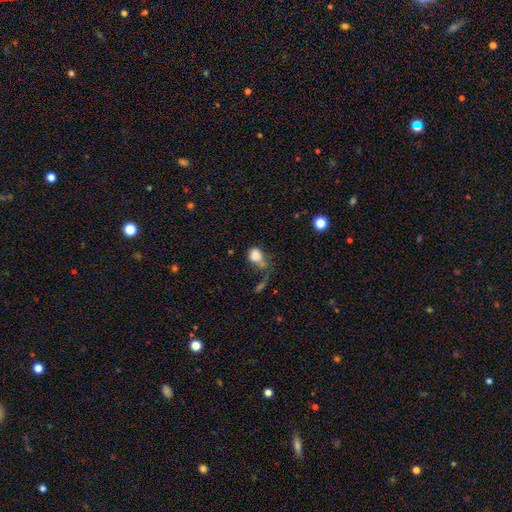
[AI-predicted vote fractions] smooth-or-featured: smooth: 78% | featured or disk: 12% | star or artifact: 10%
  how-rounded: in between: 59% | round: 39% | cigar-shaped: 2%
  merging: major disturbance: 38% | none: 24% | minor disturbance: 19% | merger: 19%